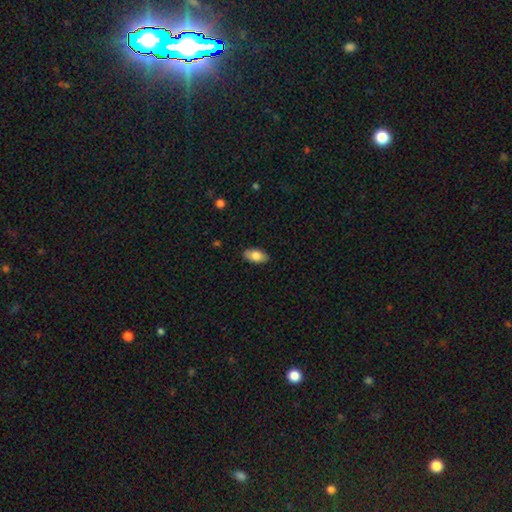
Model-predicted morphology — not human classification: smooth_or_featured: smooth (p=0.82) [alt: featured or disk p=0.11]
how_rounded: in between (p=0.92) [alt: cigar-shaped p=0.05]
merging: none (p=0.87) [alt: minor disturbance p=0.10]